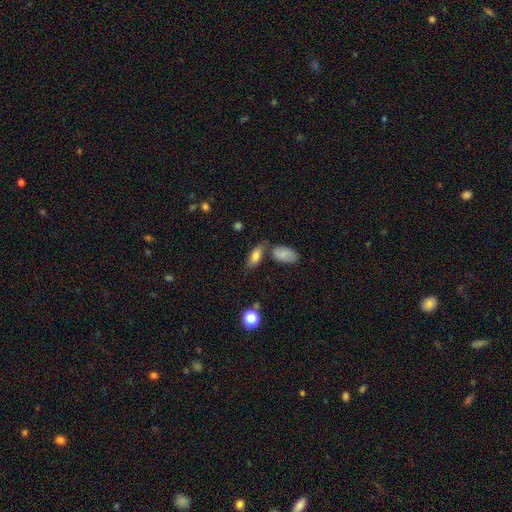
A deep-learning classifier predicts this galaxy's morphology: type=smooth (76%); roundness=in between (81%); merging=none (60%).